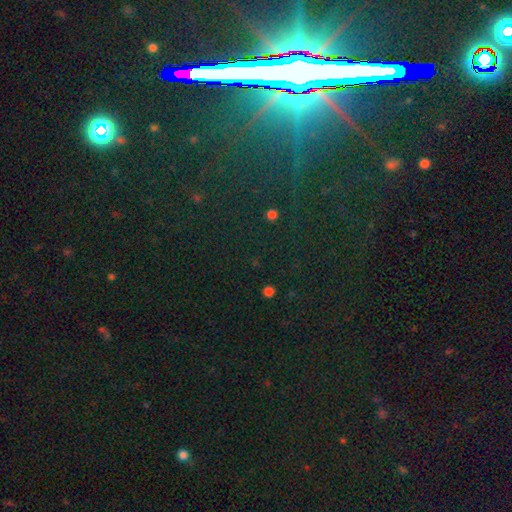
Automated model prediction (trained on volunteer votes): A star or artifact, not a galaxy (81%).

Vote fractions:
- Smooth or featured? star or artifact: 81% / smooth: 10% / featured or disk: 9%